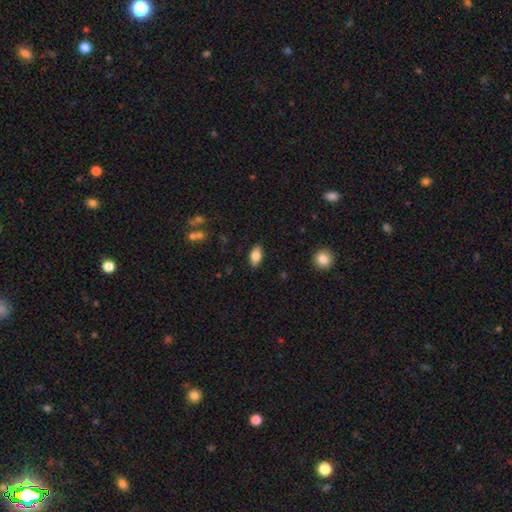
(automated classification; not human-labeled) Smooth or featured? smooth (83%)
How rounded? in between (91%)
Merging? none (87%)